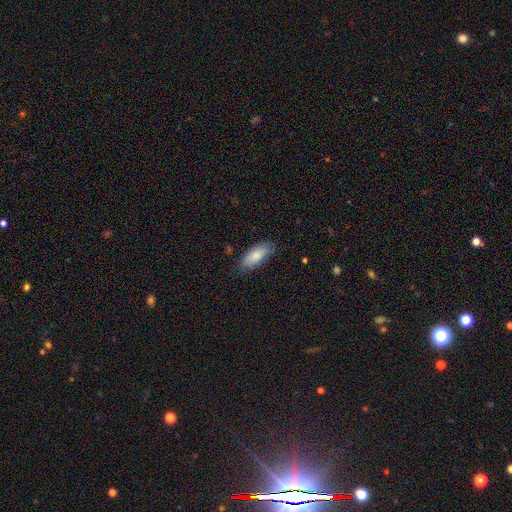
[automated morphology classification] This is clearly a smooth galaxy (83%). How rounded: clearly in between (85%). Merging: likely none (78%).